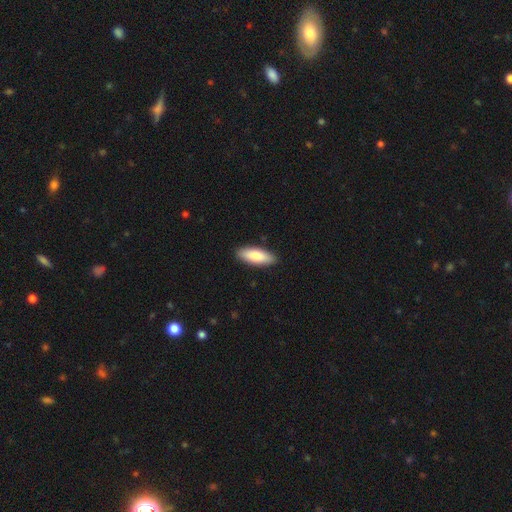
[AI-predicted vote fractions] Morphology: type=smooth (81%); roundness=in between (65%); merging=none (89%).